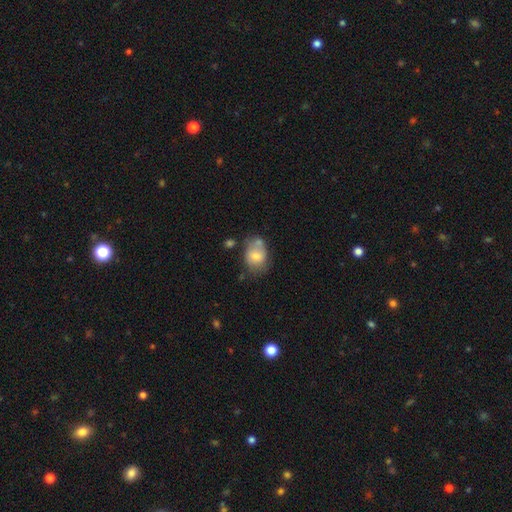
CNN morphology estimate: Smooth or featured?
  - smooth: 68% *
  - featured or disk: 23%
  - star or artifact: 9%
How rounded?
  - in between: 67% *
  - round: 32%
  - cigar-shaped: 1%
Merging?
  - none: 46% *
  - minor disturbance: 23%
  - merger: 23%
  - major disturbance: 8%